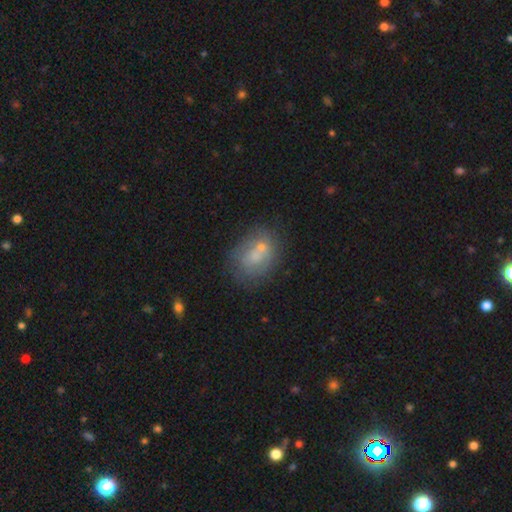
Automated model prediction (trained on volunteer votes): Smooth or featured?
  - smooth: 54% *
  - featured or disk: 33%
  - star or artifact: 13%
How rounded?
  - in between: 63% *
  - round: 35%
  - cigar-shaped: 2%
Merging?
  - none: 48% *
  - merger: 27%
  - minor disturbance: 17%
  - major disturbance: 8%